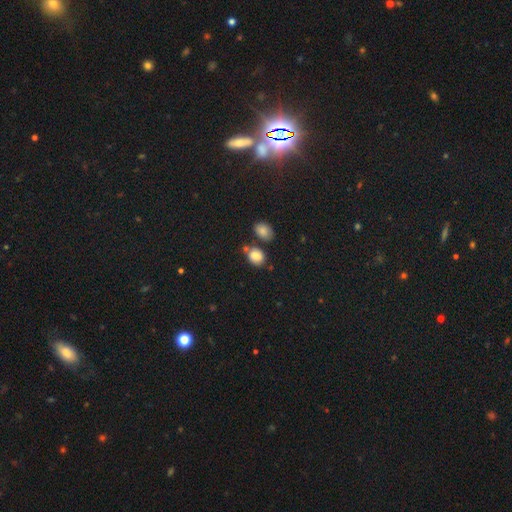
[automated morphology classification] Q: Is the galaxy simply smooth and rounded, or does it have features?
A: smooth — 84%.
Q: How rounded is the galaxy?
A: in between — 60%.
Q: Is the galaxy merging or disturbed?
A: none — 58%.